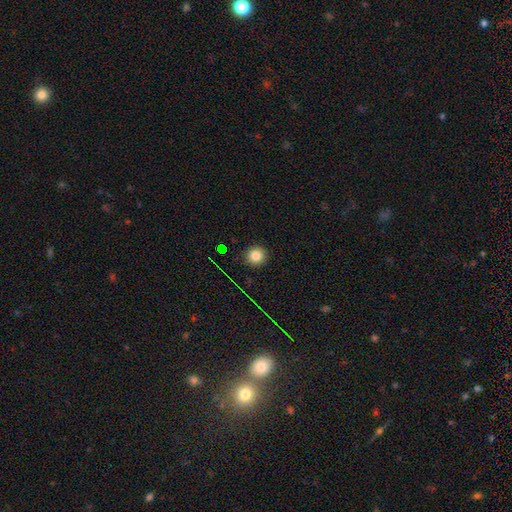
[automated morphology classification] smooth-or-featured: smooth: 80% | star or artifact: 14% | featured or disk: 6%
  how-rounded: round: 90% | in between: 9% | cigar-shaped: 1%
  merging: none: 91% | minor disturbance: 6% | major disturbance: 2% | merger: 1%